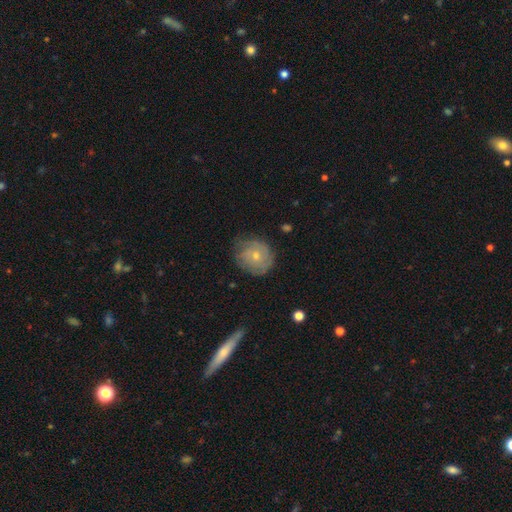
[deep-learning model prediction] Smooth or featured: featured or disk — 50% (smooth — 43%)
Merging: none — 63% (minor disturbance — 27%)